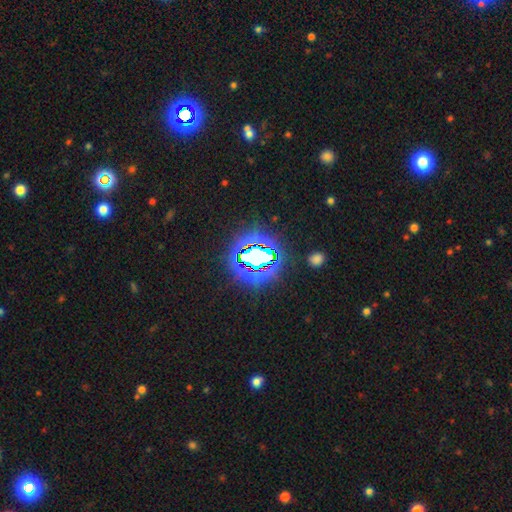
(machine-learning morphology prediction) Smooth or featured? star or artifact (71%)